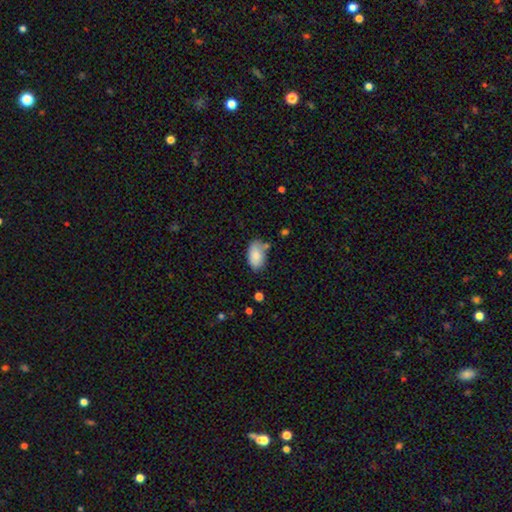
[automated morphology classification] smooth_or_featured: smooth (p=0.85) [alt: featured or disk p=0.08]
how_rounded: in between (p=0.94) [alt: round p=0.05]
merging: none (p=0.68) [alt: minor disturbance p=0.21]